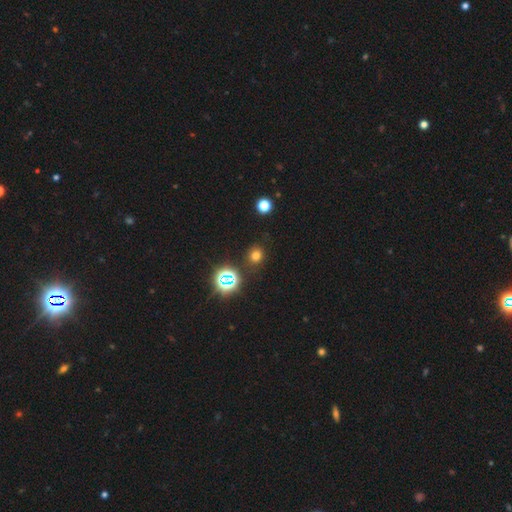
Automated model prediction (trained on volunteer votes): Overall: smooth (69%). How rounded: round (81%). Merging: none (87%).